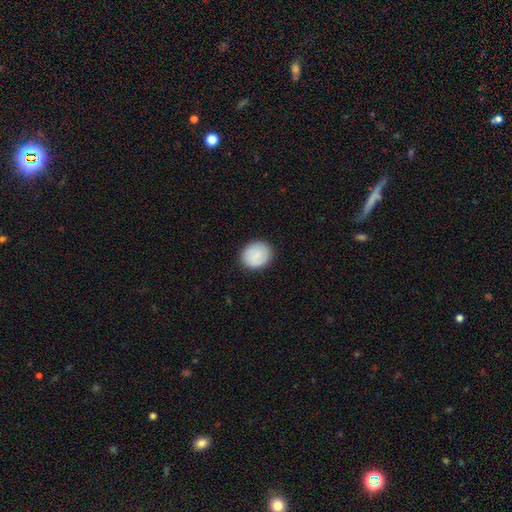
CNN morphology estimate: Smooth or featured? Predicted: smooth (p=0.84). How rounded? Predicted: round (p=0.72). Merging? Predicted: none (p=0.88).